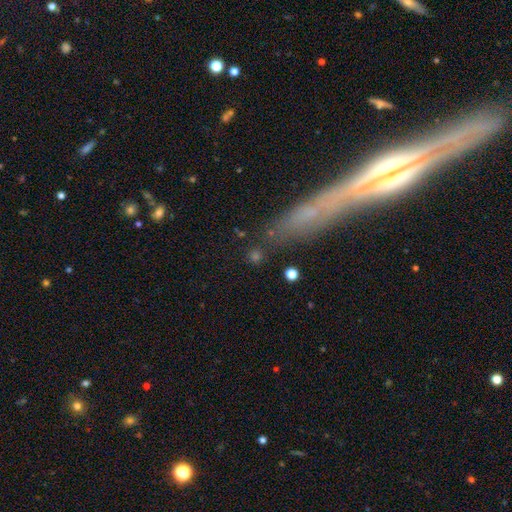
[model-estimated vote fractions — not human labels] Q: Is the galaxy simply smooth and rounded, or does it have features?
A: smooth — 59%.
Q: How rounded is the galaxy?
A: round — 37%.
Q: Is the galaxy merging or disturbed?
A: none — 74%.